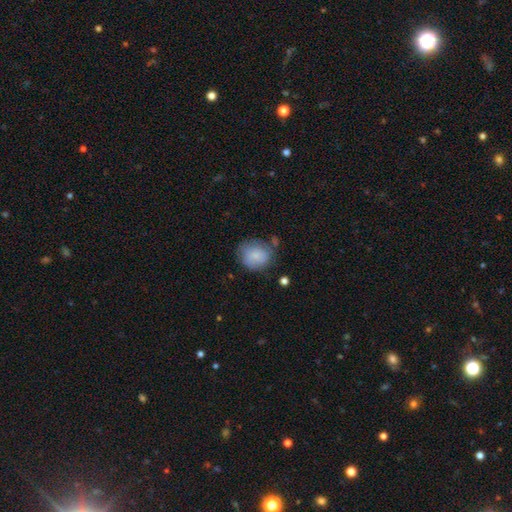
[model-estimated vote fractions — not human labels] Morphology: type=smooth (76%); roundness=round (63%); merging=none (58%).